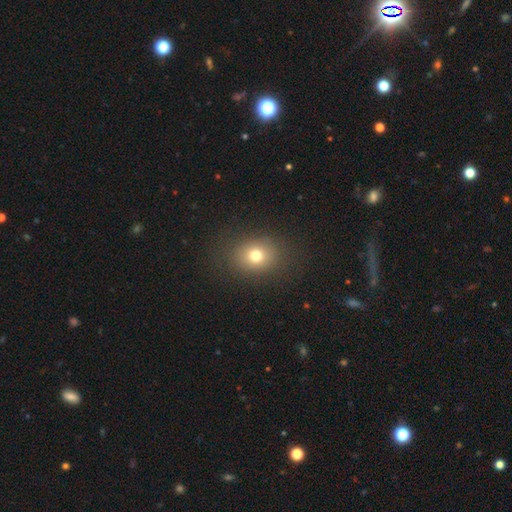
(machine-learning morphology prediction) A smooth galaxy with no disk features (74%) that is round (60%). Merging: none (85%).